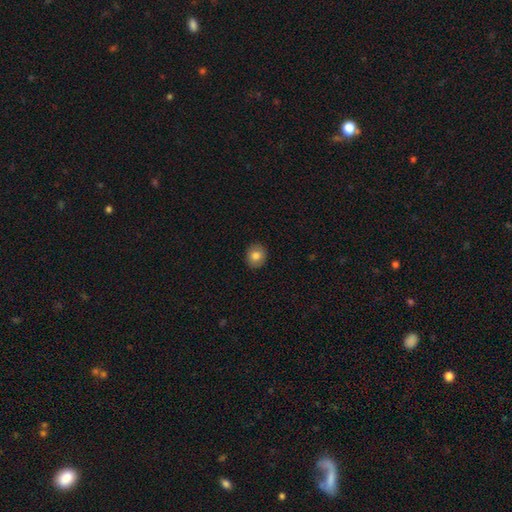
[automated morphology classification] Q: Smooth or featured?
A: smooth (81%); runner-up: featured or disk (10%)
Q: How rounded?
A: round (77%); runner-up: in between (22%)
Q: Merging?
A: none (91%); runner-up: minor disturbance (7%)